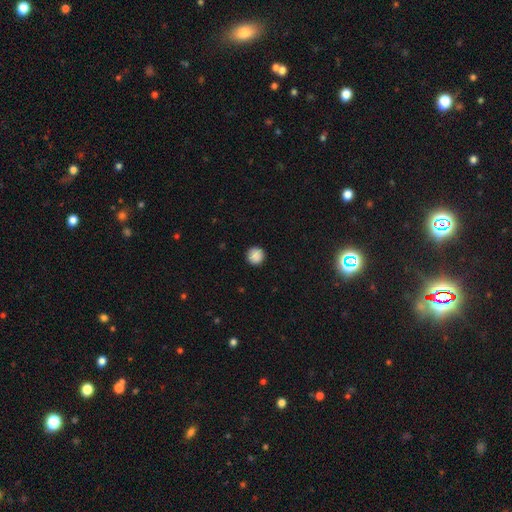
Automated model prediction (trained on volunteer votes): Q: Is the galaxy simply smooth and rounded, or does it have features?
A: smooth — 89%.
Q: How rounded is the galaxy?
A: round — 96%.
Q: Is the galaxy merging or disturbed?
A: none — 92%.